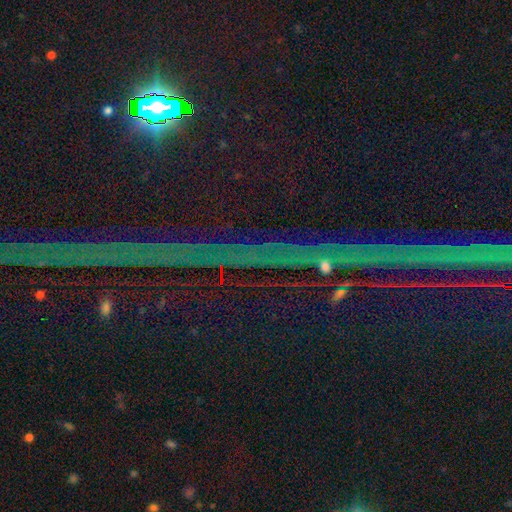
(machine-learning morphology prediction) This is clearly a star or artifact rather than a galaxy (89%).